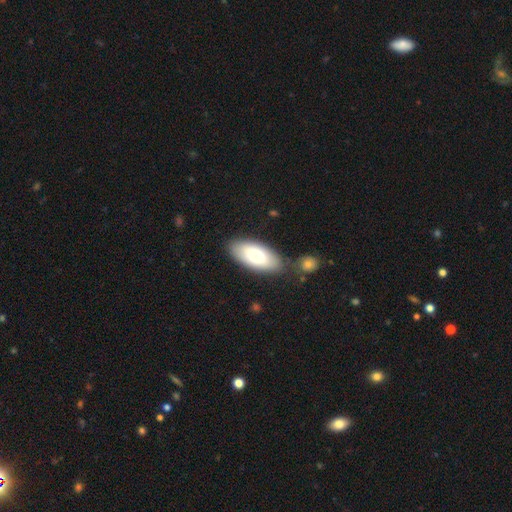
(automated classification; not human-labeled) Smooth or featured: smooth — 75% (featured or disk — 19%)
How rounded: in between — 88% (cigar-shaped — 10%)
Merging: none — 78% (minor disturbance — 11%)